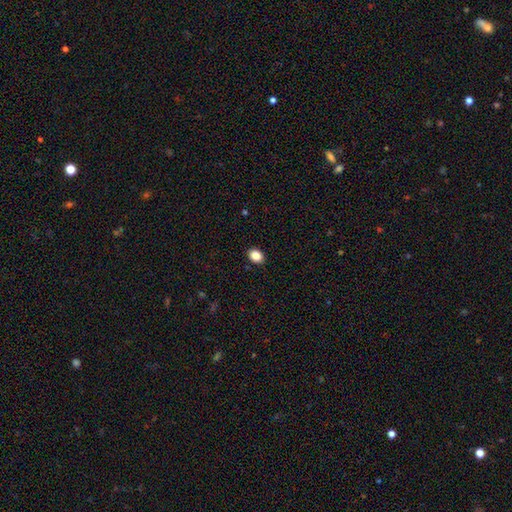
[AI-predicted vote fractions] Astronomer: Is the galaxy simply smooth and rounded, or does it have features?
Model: smooth — 86%.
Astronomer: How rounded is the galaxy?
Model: in between — 63%.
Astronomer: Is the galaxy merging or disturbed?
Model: none — 91%.